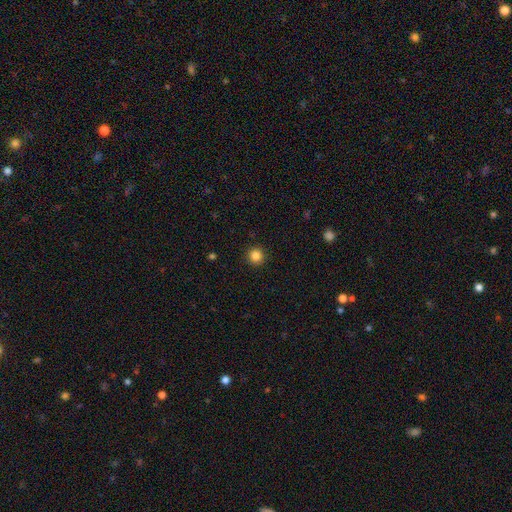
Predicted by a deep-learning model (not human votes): This is clearly a smooth galaxy (84%). How rounded: clearly round (95%). Merging: clearly none (92%).